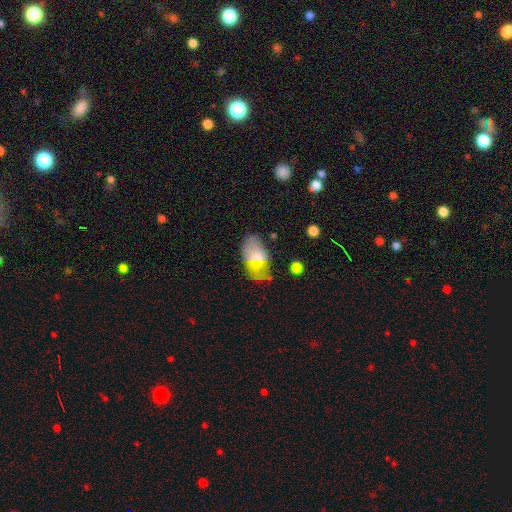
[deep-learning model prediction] The model was most divided on "smooth or featured": smooth: 59%, featured or disk: 29%, star or artifact: 12%. More confident: how rounded — in between (91%); merging — none (66%).